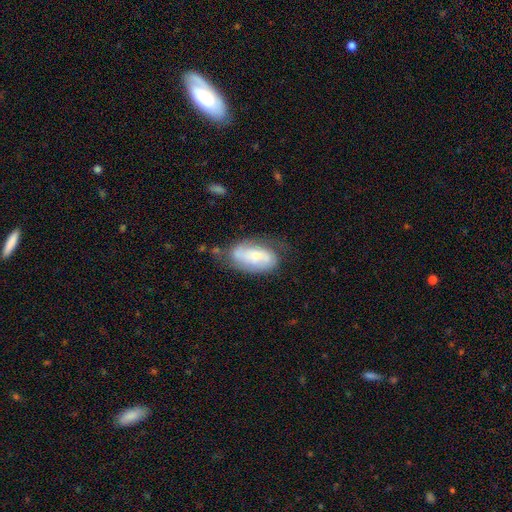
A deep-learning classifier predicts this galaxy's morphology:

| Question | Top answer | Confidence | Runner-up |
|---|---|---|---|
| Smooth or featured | featured or disk | 63% | smooth (31%) |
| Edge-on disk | no | 94% | yes (6%) |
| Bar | no | 55% | weak (32%) |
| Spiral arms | yes | 84% | no (16%) |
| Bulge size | small | 55% | moderate (38%) |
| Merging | none | 61% | minor disturbance (25%) |